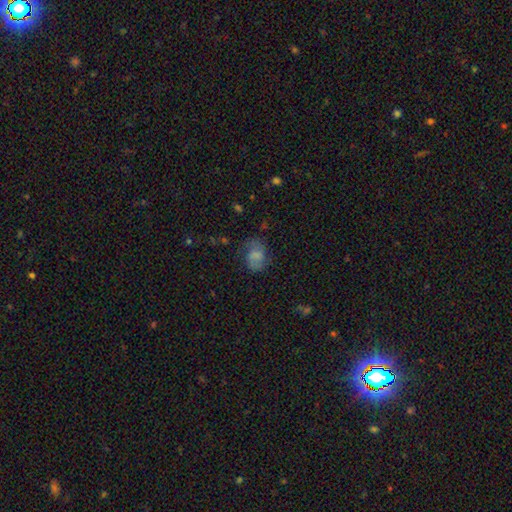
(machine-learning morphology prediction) type=smooth (52%); roundness=in between (57%); merging=none (60%).